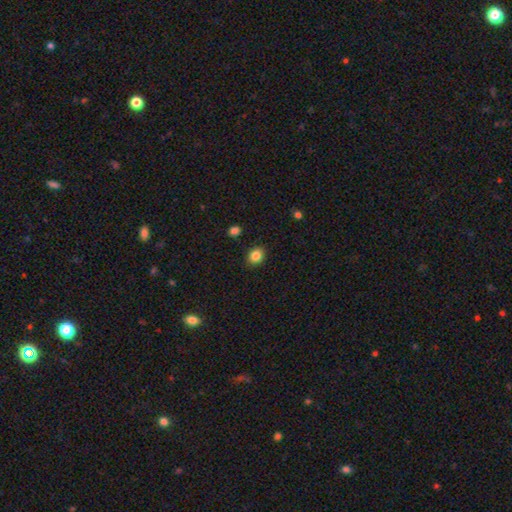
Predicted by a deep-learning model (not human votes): Smooth or featured? smooth (85%)
How rounded? round (59%)
Merging? none (88%)